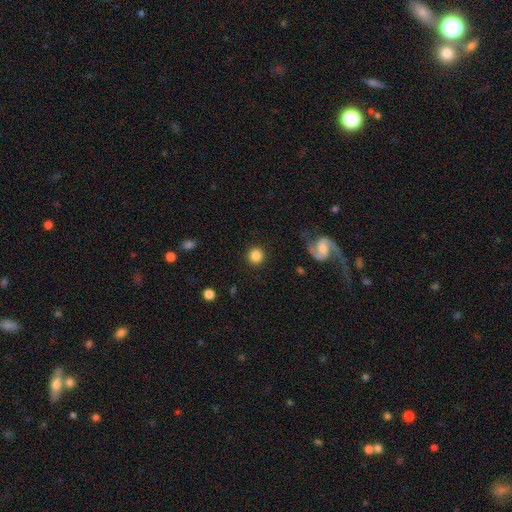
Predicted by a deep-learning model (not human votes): Morphology: type=smooth (83%); roundness=round (93%); merging=none (90%).